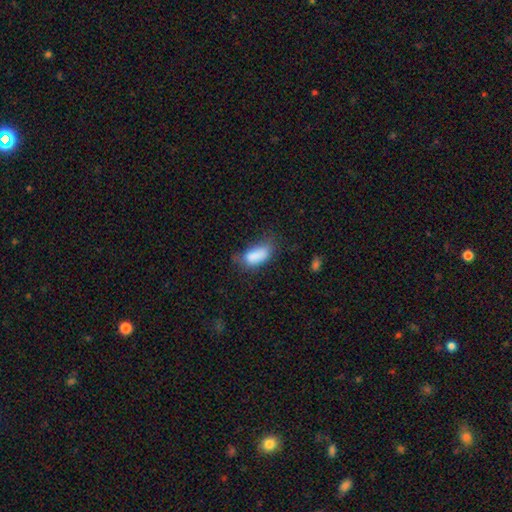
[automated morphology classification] smooth_or_featured: smooth (p=0.82) [alt: featured or disk p=0.09]
how_rounded: in between (p=0.89) [alt: cigar-shaped p=0.08]
merging: none (p=0.40) [alt: minor disturbance p=0.36]